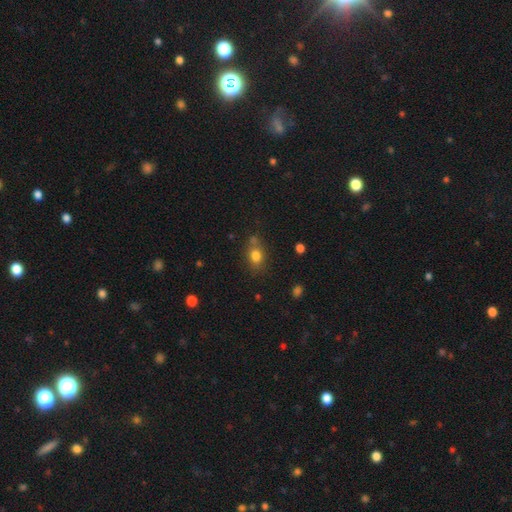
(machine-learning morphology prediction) Smooth or featured? smooth (80%)
How rounded? in between (56%)
Merging? none (65%)